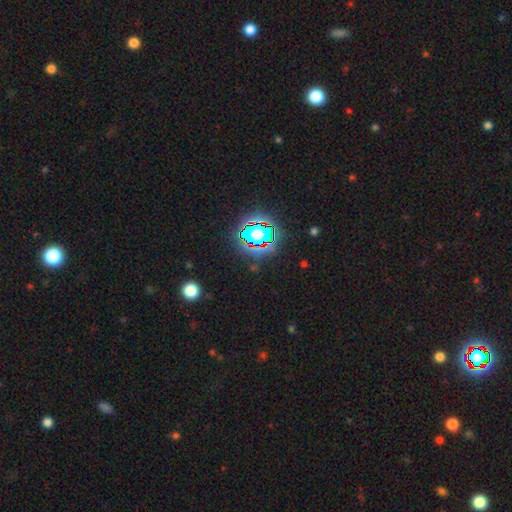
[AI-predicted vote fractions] This appears to be a star or artifact, not a galaxy (81%).